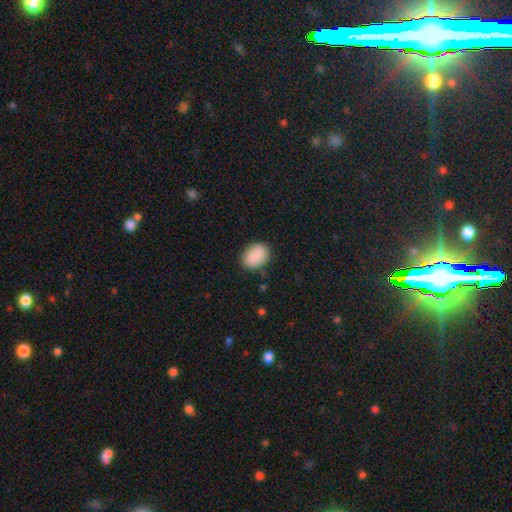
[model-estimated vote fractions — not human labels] Smooth or featured?
  - smooth: 89% *
  - star or artifact: 7%
  - featured or disk: 4%
How rounded?
  - in between: 76% *
  - round: 23%
  - cigar-shaped: 1%
Merging?
  - none: 81% *
  - minor disturbance: 14%
  - major disturbance: 3%
  - merger: 2%